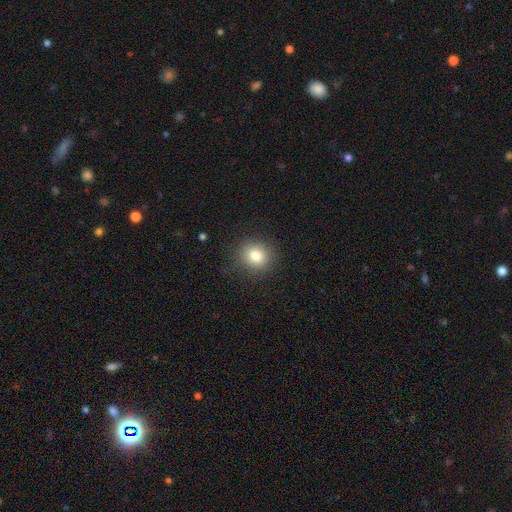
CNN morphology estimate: smooth 80%, star or artifact 12%, featured or disk 8%. Down the decision tree: how rounded — round (84%); merging — none (88%).